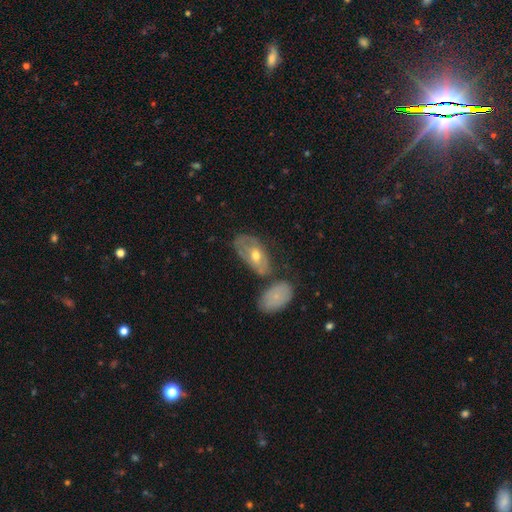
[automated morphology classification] Smooth or featured? Predicted: featured or disk (p=0.52). Edge-on disk? Predicted: no (p=0.87). Merging? Predicted: none (p=0.55).